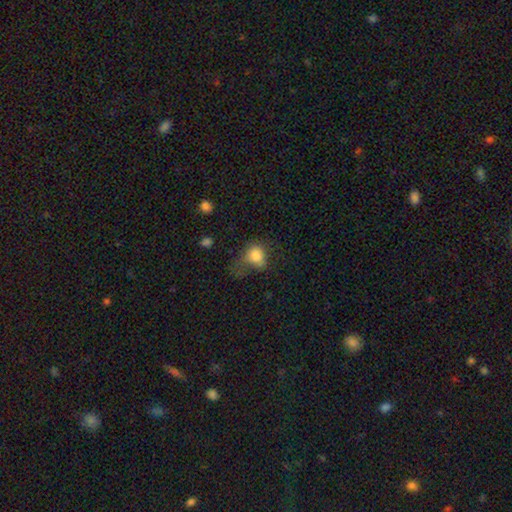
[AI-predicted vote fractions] smooth 79%, featured or disk 11%, star or artifact 10%. Down the decision tree: how rounded — round (51%); merging — major disturbance (41%).